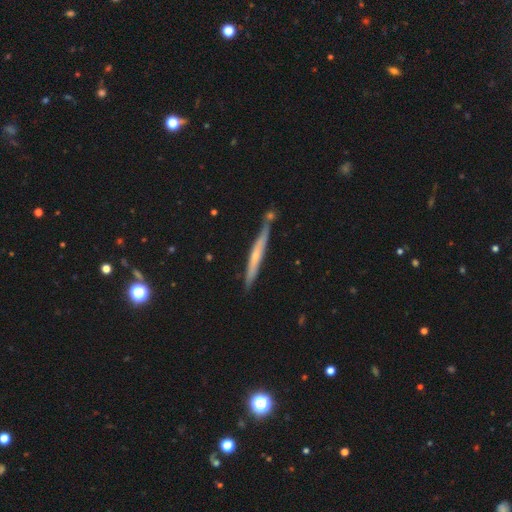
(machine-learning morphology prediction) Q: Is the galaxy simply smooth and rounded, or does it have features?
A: featured or disk — 59%.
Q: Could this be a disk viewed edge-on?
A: yes — 94%.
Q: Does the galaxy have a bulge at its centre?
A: rounded — 48%, tied with none.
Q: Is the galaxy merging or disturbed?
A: none — 75%.